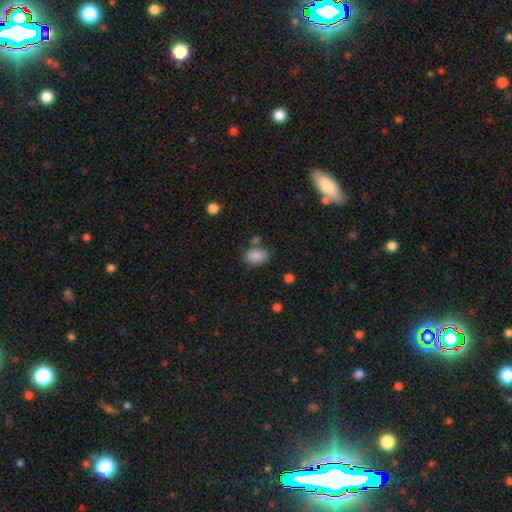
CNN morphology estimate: smooth_or_featured: smooth (p=0.86) [alt: star or artifact p=0.08]
how_rounded: in between (p=0.86) [alt: round p=0.13]
merging: none (p=0.64) [alt: minor disturbance p=0.18]